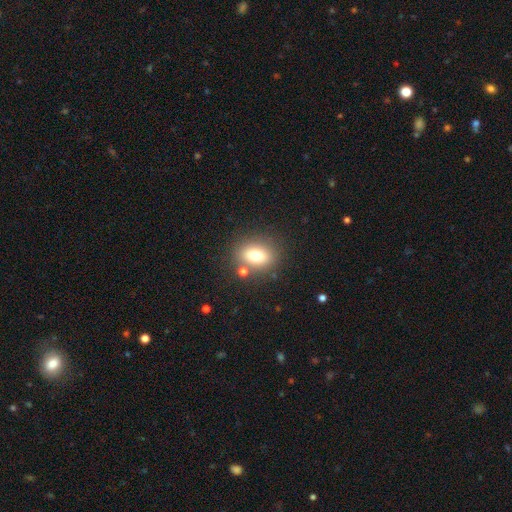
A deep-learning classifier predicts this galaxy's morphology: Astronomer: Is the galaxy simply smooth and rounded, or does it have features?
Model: smooth — 75%.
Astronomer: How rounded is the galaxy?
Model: in between — 58% (runner-up: round, 40%).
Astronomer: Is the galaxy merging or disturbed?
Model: none — 77%.